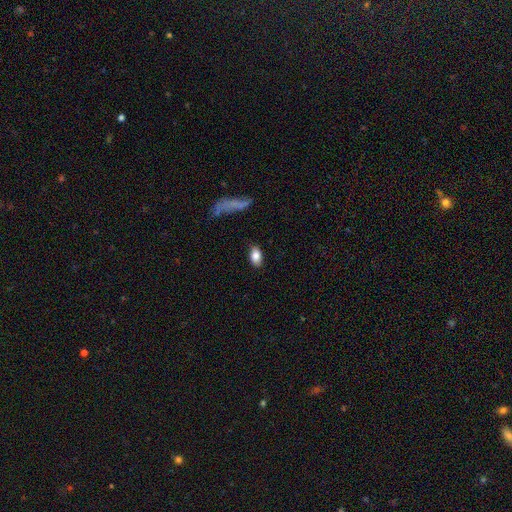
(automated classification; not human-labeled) Morphology: type=smooth (83%); roundness=in between (91%); merging=none (84%).